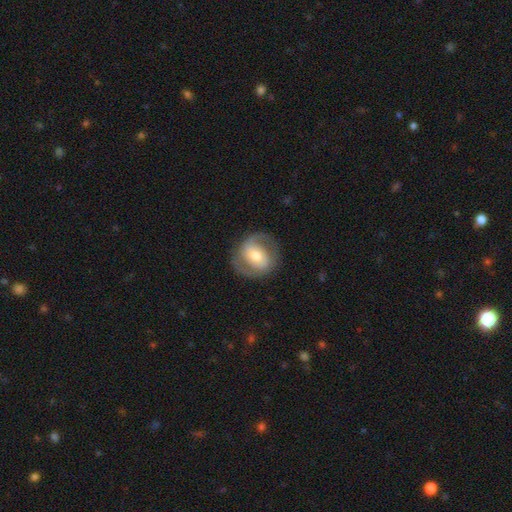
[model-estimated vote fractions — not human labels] Smooth or featured?
  - featured or disk: 68% *
  - smooth: 26%
  - star or artifact: 6%
Edge-on disk?
  - no: 97% *
  - yes: 3%
Bar?
  - weak: 39% *
  - no: 35%
  - strong: 27%
Spiral arms?
  - yes: 77% *
  - no: 23%
Spiral winding?
  - medium: 47% *
  - tight: 34%
  - loose: 19%
Spiral arm count?
  - 2: 86% *
  - can't tell: 7%
  - 1: 3%
  - 3: 1%
  - 4: 1%
  - more than 4: 1%
Bulge size?
  - moderate: 61% *
  - small: 23%
  - large: 12%
  - dominant: 2%
  - none: 2%
Merging?
  - none: 80% *
  - minor disturbance: 12%
  - major disturbance: 7%
  - merger: 1%